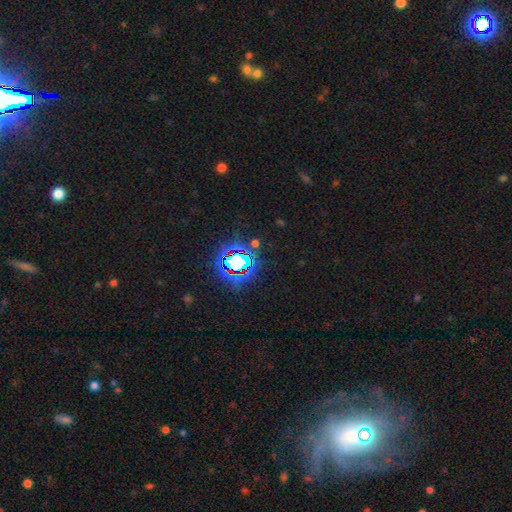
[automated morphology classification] This appears to be a star or artifact, not a galaxy (63%).